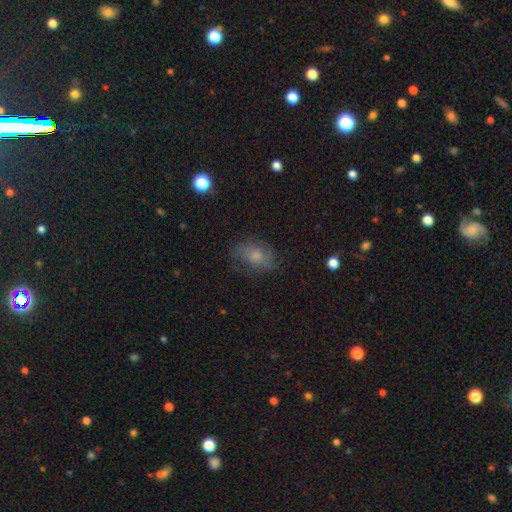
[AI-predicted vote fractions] This appears to be a smooth galaxy with no disk features (63%) that is in between round and cigar-shaped (76%). Merging: none (65%).